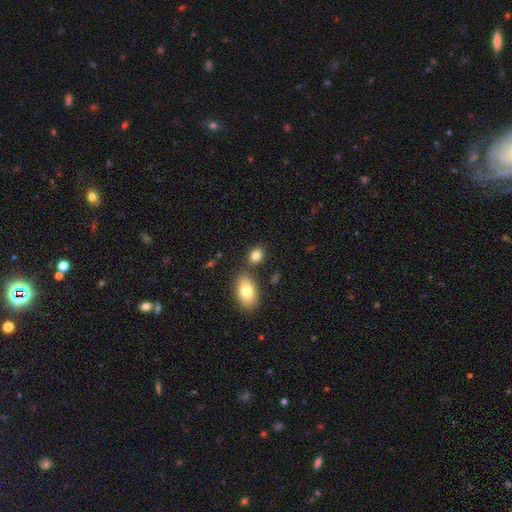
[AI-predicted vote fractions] Smooth or featured? smooth (82%)
How rounded? in between (71%)
Merging? none (72%)